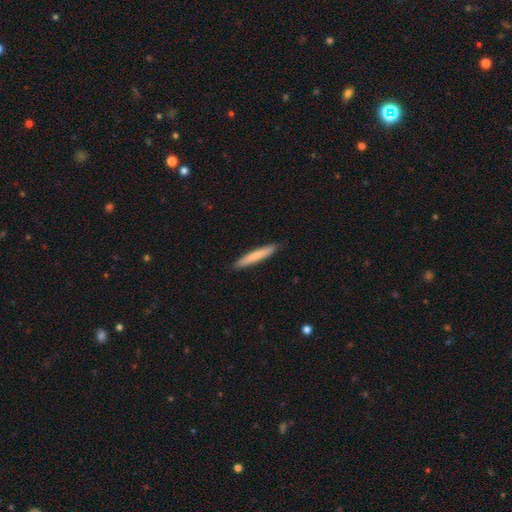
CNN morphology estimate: Smooth or featured?
  - smooth: 74% *
  - featured or disk: 20%
  - star or artifact: 6%
How rounded?
  - cigar-shaped: 94% *
  - in between: 5%
  - round: 1%
Merging?
  - none: 89% *
  - minor disturbance: 8%
  - major disturbance: 1%
  - merger: 1%